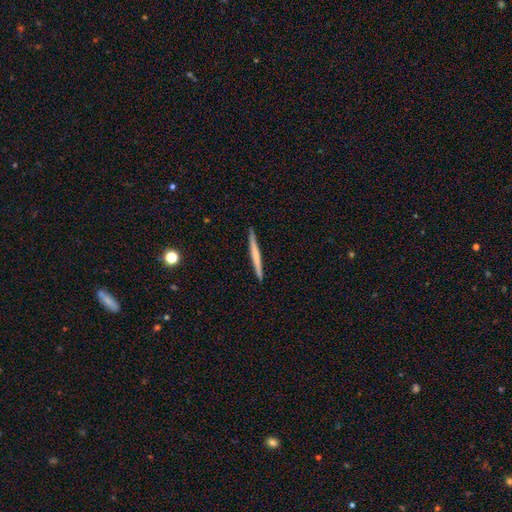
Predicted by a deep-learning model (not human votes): This appears to be a smooth galaxy with no disk features (51%) that is cigar-shaped (97%). Merging: none (91%).